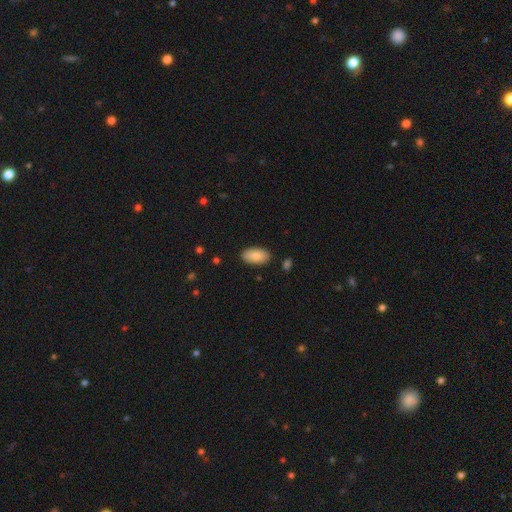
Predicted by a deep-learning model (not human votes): This is clearly a smooth galaxy (88%). How rounded: clearly in between (95%). Merging: clearly none (88%).